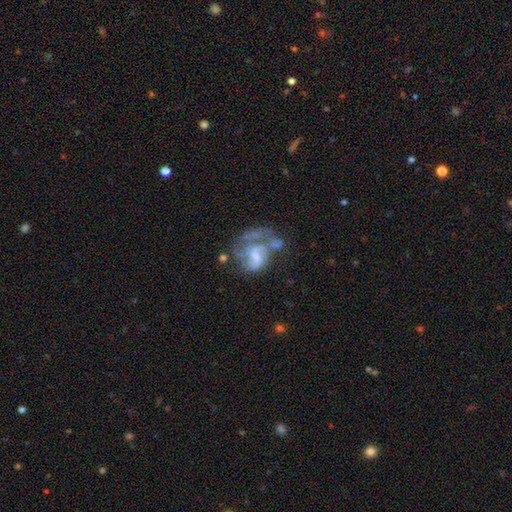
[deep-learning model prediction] Smooth or featured? featured or disk (68%)
Edge-on disk? no (98%)
Bar? no (51%)
Spiral arms? yes (69%)
Bulge size? small (38%)
Merging? major disturbance (39%)